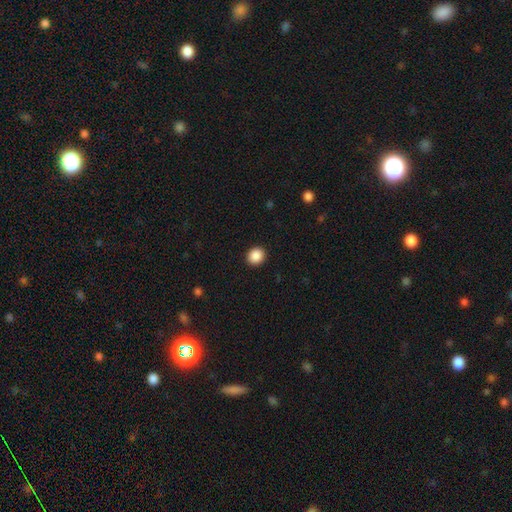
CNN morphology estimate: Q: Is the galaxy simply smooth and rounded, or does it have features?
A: smooth — 89%.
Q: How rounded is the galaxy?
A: round — 83%.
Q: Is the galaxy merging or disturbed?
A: none — 92%.